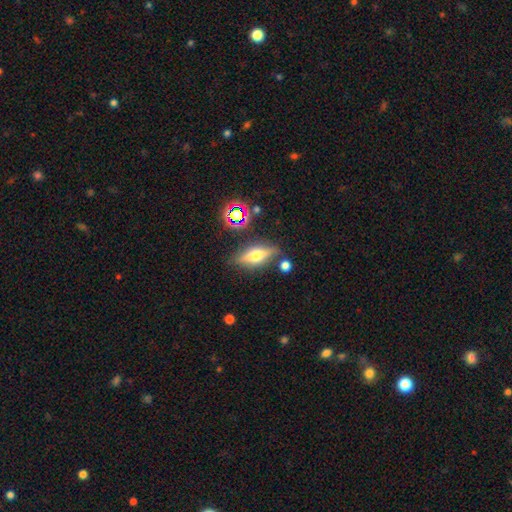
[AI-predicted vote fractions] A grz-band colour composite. It shows a featured or disk galaxy (54%) viewed edge-on (89%). Merging: none (80%).